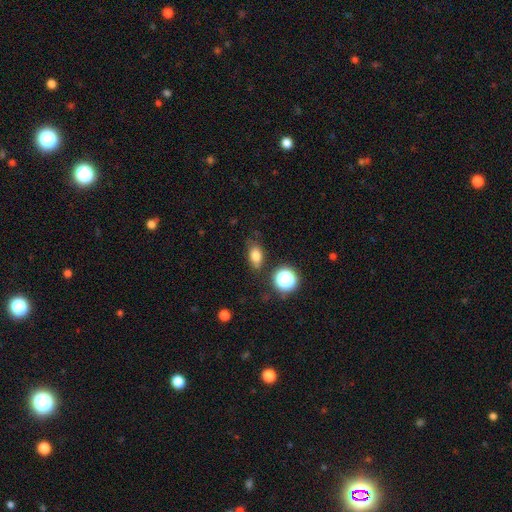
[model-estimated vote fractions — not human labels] The model was most divided on "merging": none: 74%, minor disturbance: 18%, major disturbance: 5%, merger: 3%. More confident: smooth or featured — smooth (78%); how rounded — in between (78%).